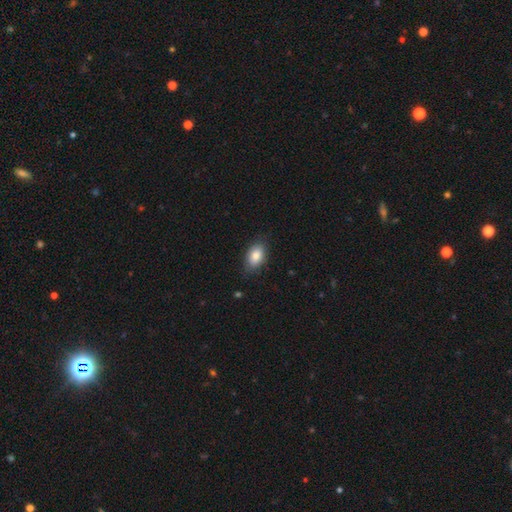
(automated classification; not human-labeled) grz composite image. It shows a smooth galaxy with no disk features (83%) that is in between round and cigar-shaped (89%). Merging: none (82%).